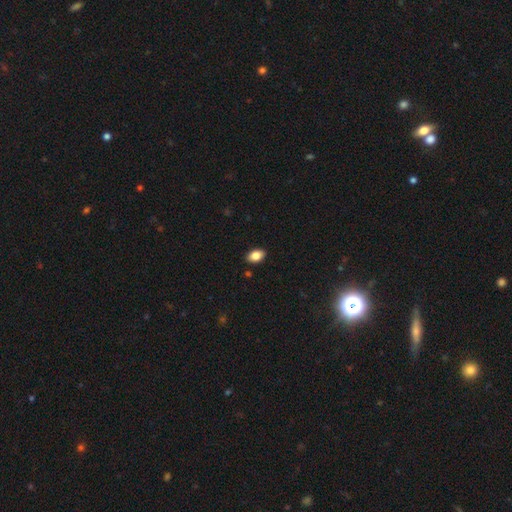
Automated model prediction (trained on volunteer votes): Q: Smooth or featured?
A: smooth (86%); runner-up: star or artifact (8%)
Q: How rounded?
A: in between (89%); runner-up: round (10%)
Q: Merging?
A: none (90%); runner-up: minor disturbance (8%)